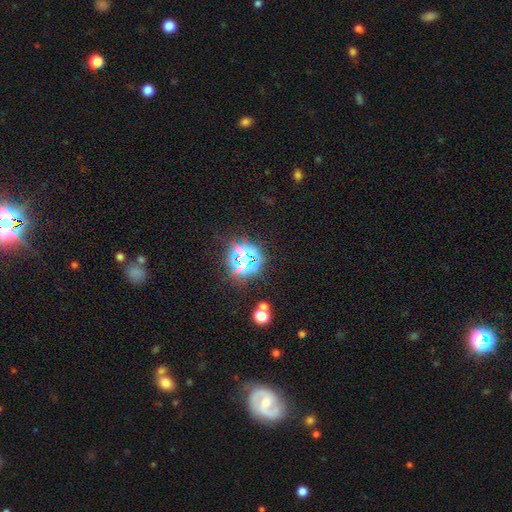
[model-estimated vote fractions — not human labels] A star or artifact, not a galaxy (73%).